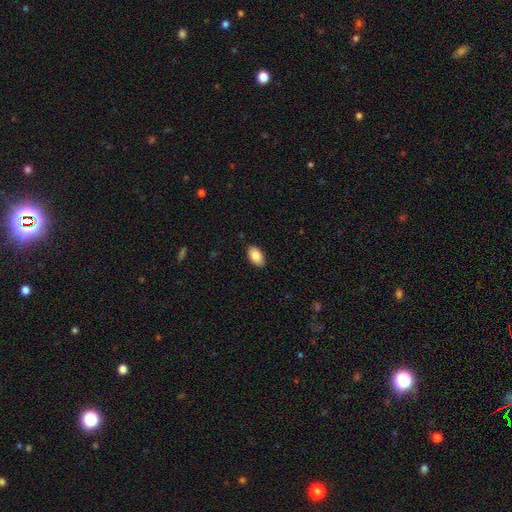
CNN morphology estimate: type=smooth (88%); roundness=in between (94%); merging=none (88%).